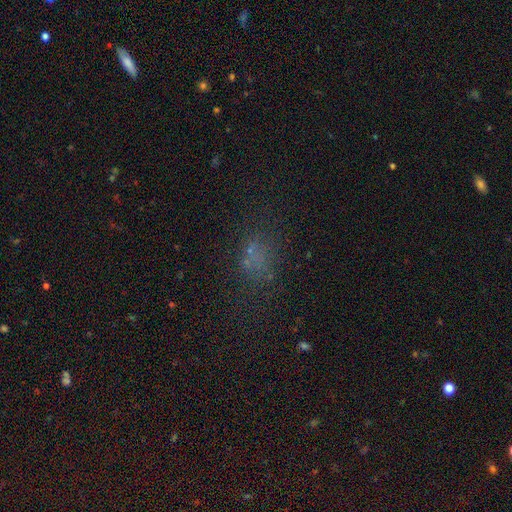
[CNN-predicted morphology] A smooth galaxy with no disk features (49%).

Vote fractions:
- Smooth or featured? smooth: 49% / star or artifact: 33% / featured or disk: 18%
- Merging? none: 59% / minor disturbance: 17% / major disturbance: 17% / merger: 7%